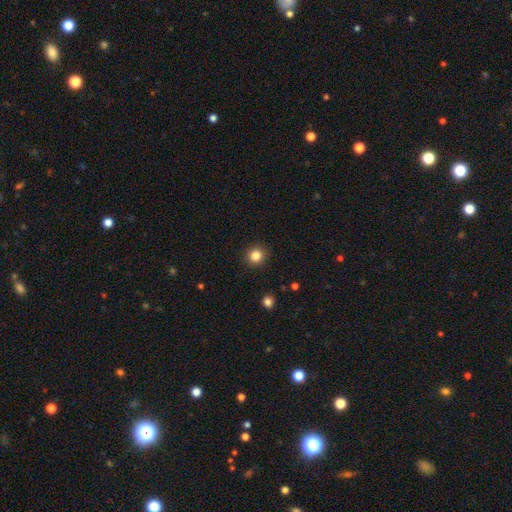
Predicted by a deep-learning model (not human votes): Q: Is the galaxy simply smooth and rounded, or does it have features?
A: smooth — 84%.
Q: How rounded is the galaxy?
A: round — 91%.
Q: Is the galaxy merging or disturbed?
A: none — 91%.